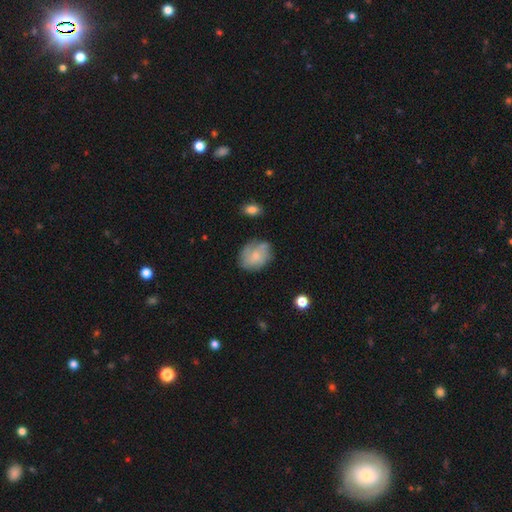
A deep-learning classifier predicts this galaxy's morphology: smooth-or-featured: smooth: 62% | featured or disk: 30% | star or artifact: 8%
  how-rounded: in between: 54% | round: 45% | cigar-shaped: 1%
  merging: none: 63% | minor disturbance: 25% | major disturbance: 8% | merger: 4%